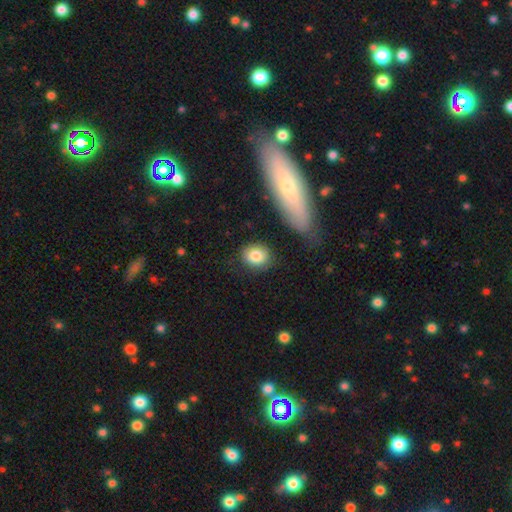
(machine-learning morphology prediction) This is clearly a smooth galaxy (84%). How rounded: likely round (62%). Merging: clearly none (81%).